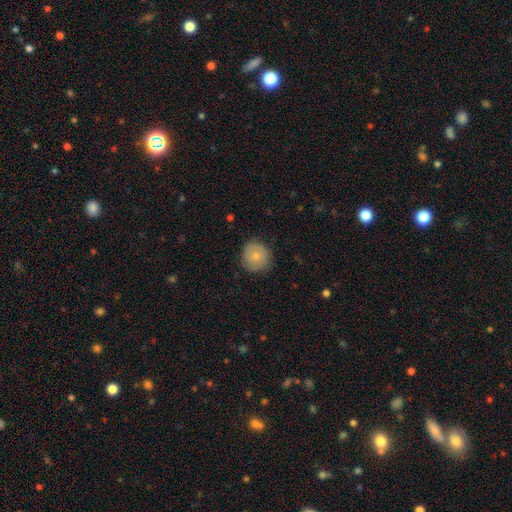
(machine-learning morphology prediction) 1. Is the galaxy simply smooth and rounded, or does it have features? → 74% smooth, 19% featured or disk, 7% star or artifact.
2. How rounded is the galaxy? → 90% round, 9% in between, 1% cigar-shaped.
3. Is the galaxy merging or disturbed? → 80% none, 15% minor disturbance, 3% major disturbance, 1% merger.